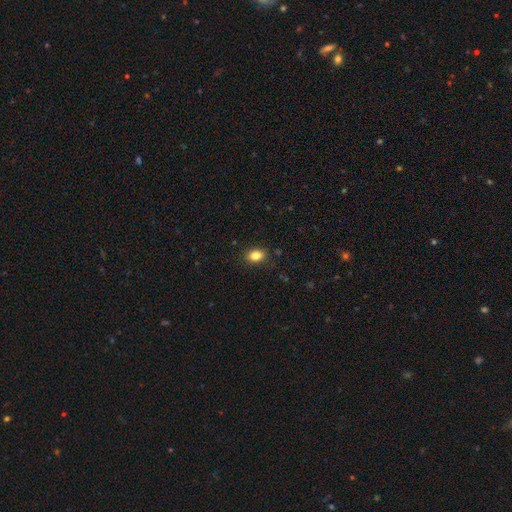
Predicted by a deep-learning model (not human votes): This is clearly a smooth galaxy (85%). How rounded: clearly in between (82%). Merging: clearly none (87%).